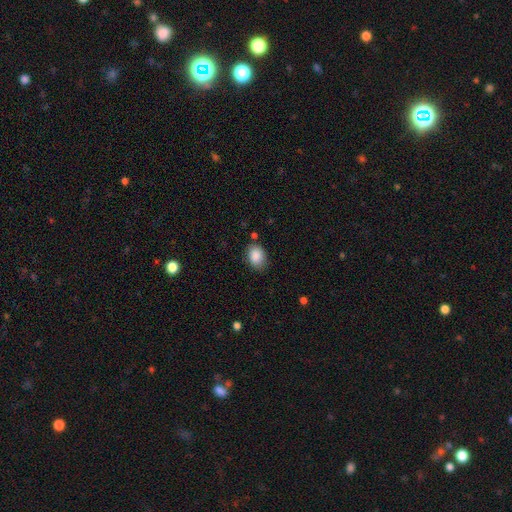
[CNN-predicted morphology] This appears to be a smooth galaxy with no disk features (88%) that is in between round and cigar-shaped (72%). Merging: none (75%).